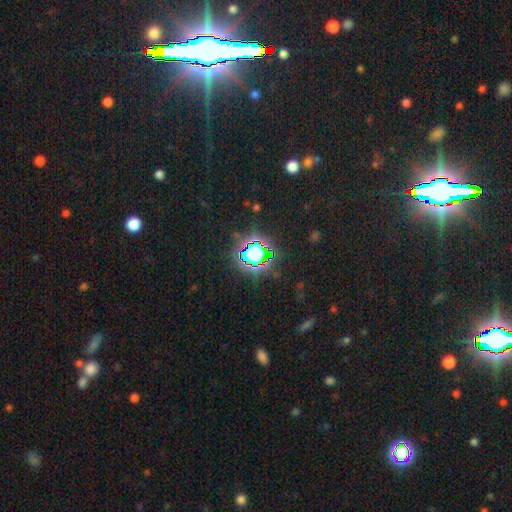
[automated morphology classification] A star or artifact, not a galaxy (68%).

Vote fractions:
- Smooth or featured? star or artifact: 68% / smooth: 21% / featured or disk: 10%